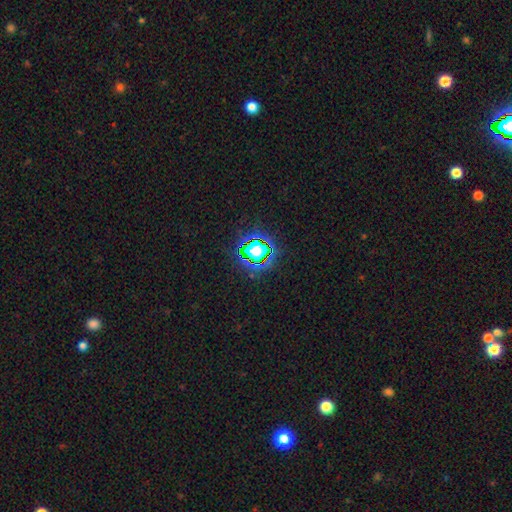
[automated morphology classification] Q: Smooth or featured?
A: star or artifact (74%); runner-up: smooth (17%)